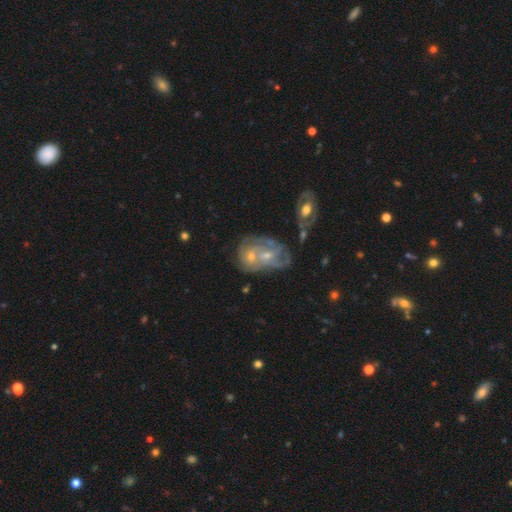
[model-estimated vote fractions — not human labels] A featured or disk galaxy (74%) with no bar (62%), tight (52%) spiral arms (81%) and a small central bulge (59%). Merging: merger (55%).